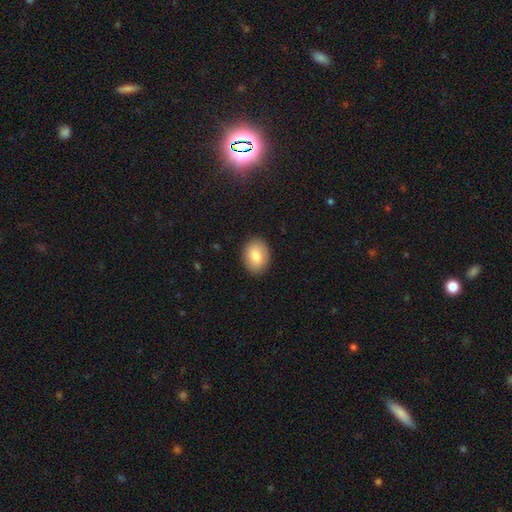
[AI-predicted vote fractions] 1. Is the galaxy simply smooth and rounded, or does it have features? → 82% smooth, 11% featured or disk, 7% star or artifact.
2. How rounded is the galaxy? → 67% in between, 32% round, 1% cigar-shaped.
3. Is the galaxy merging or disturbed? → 89% none, 8% minor disturbance, 2% major disturbance, 1% merger.